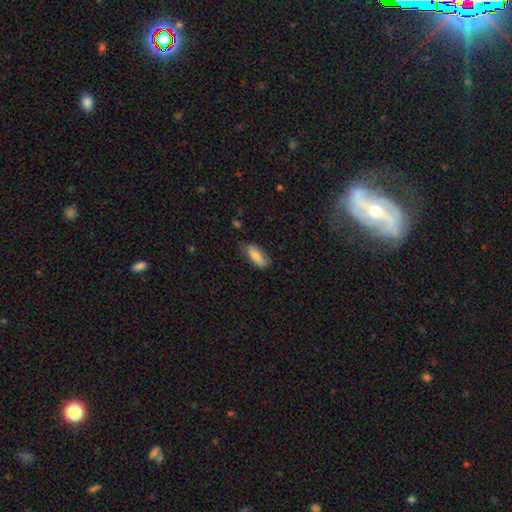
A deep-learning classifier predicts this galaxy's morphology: smooth_or_featured: smooth (p=0.75) [alt: featured or disk p=0.18]
how_rounded: in between (p=0.75) [alt: cigar-shaped p=0.23]
merging: none (p=0.73) [alt: minor disturbance p=0.21]